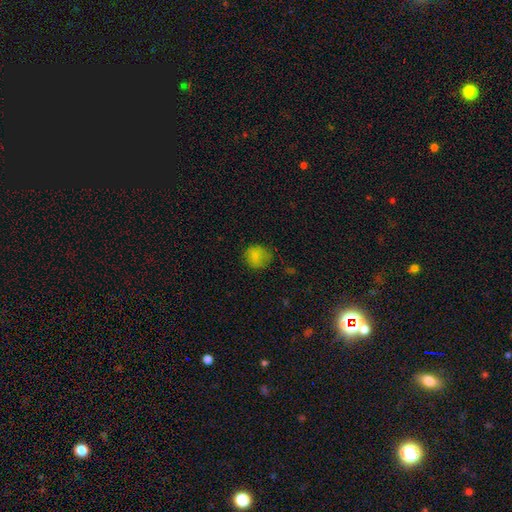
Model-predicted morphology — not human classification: type=smooth (80%); roundness=round (81%); merging=none (69%).